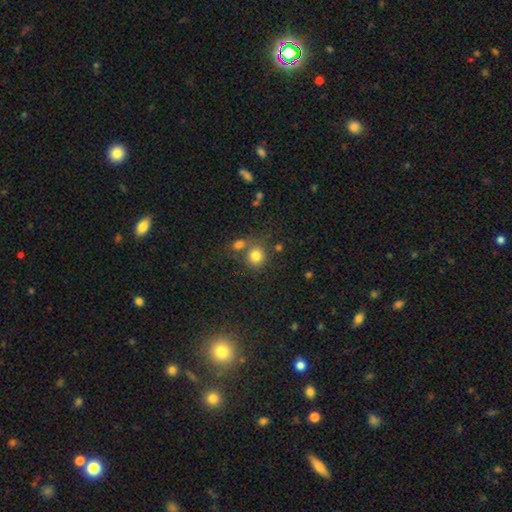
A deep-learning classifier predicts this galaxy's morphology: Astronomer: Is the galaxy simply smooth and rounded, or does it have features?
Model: smooth — 80%.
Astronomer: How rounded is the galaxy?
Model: round — 84%.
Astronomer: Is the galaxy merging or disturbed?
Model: none — 61%.